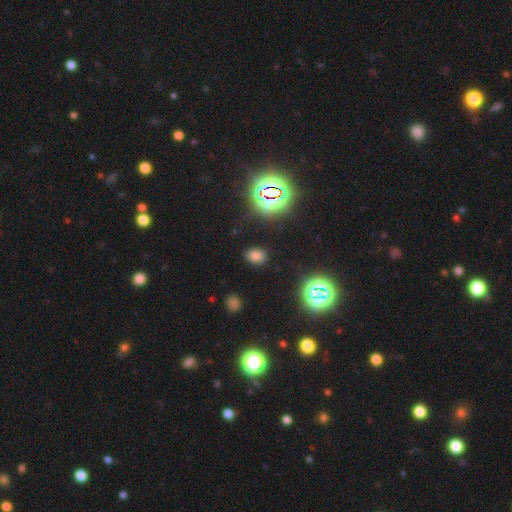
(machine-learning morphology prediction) Smooth or featured? Predicted: smooth (p=0.66). How rounded? Predicted: in between (p=0.71). Merging? Predicted: none (p=0.85).